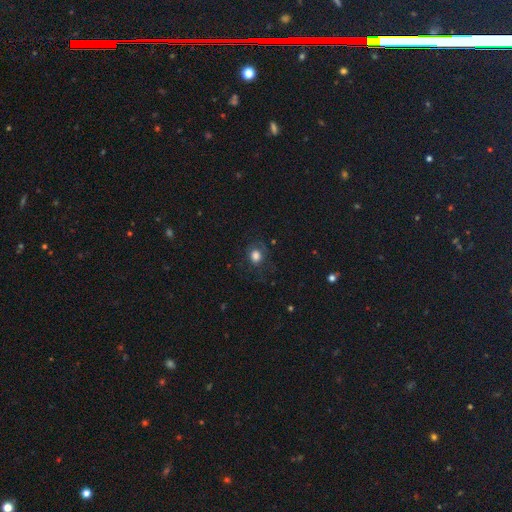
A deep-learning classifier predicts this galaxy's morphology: A smooth galaxy with no disk features (76%) that is round (71%).

Vote fractions:
- Smooth or featured? smooth: 76% / star or artifact: 14% / featured or disk: 11%
- How rounded? round: 71% / in between: 28% / cigar-shaped: 1%
- Merging? none: 72% / minor disturbance: 16% / major disturbance: 10% / merger: 1%